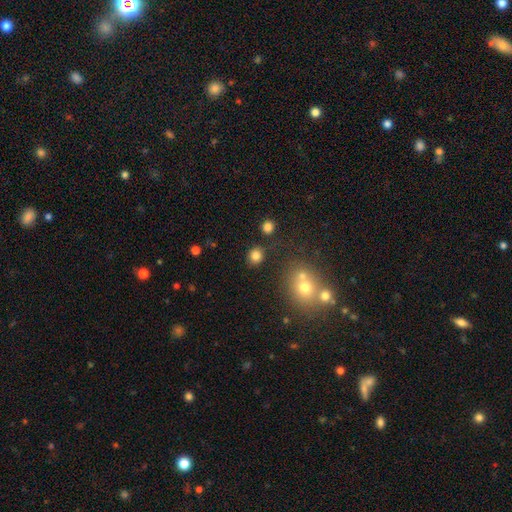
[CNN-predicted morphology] This appears to be a smooth galaxy with no disk features (82%) that is round (80%). Merging: none (83%).